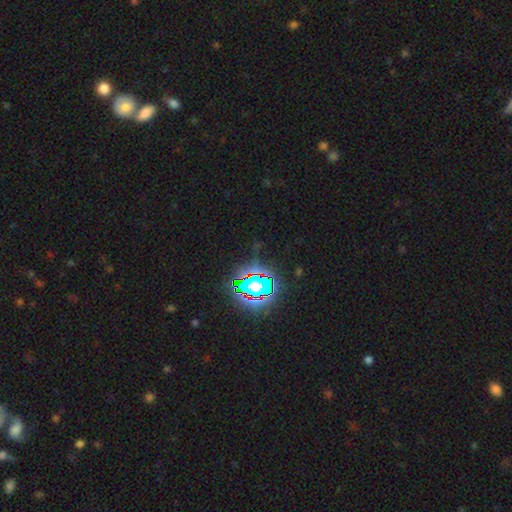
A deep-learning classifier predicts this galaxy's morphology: type=star or artifact (78%).